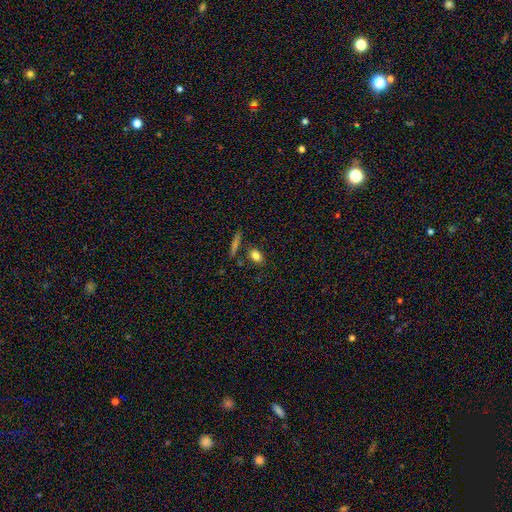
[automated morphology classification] smooth 82%, star or artifact 9%, featured or disk 8%. Down the decision tree: how rounded — in between (73%); merging — none (78%).